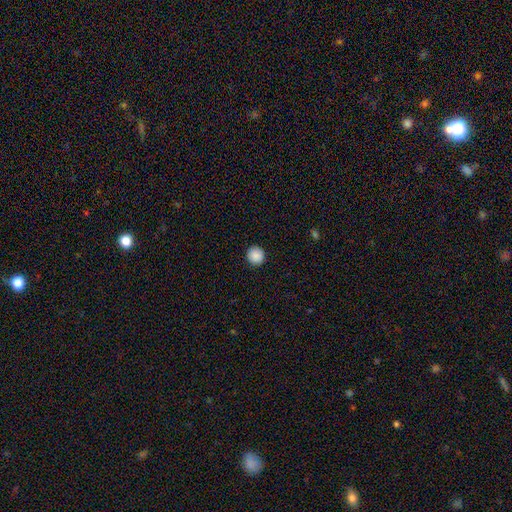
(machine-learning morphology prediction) smooth_or_featured: smooth (p=0.89) [alt: star or artifact p=0.08]
how_rounded: round (p=0.94) [alt: in between p=0.05]
merging: none (p=0.93) [alt: minor disturbance p=0.05]